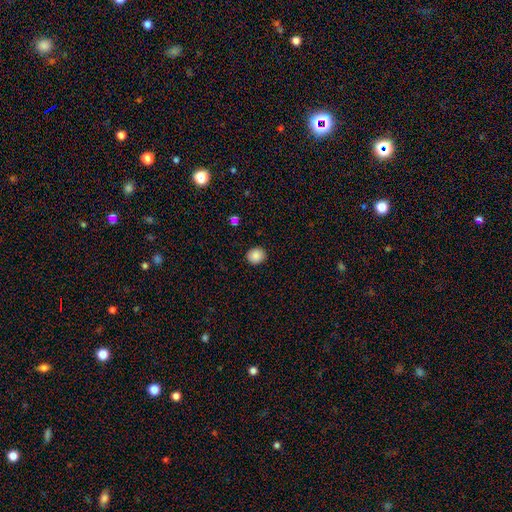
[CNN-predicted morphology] smooth_or_featured: smooth (p=0.88) [alt: star or artifact p=0.09]
how_rounded: round (p=0.81) [alt: in between p=0.18]
merging: none (p=0.91) [alt: minor disturbance p=0.06]